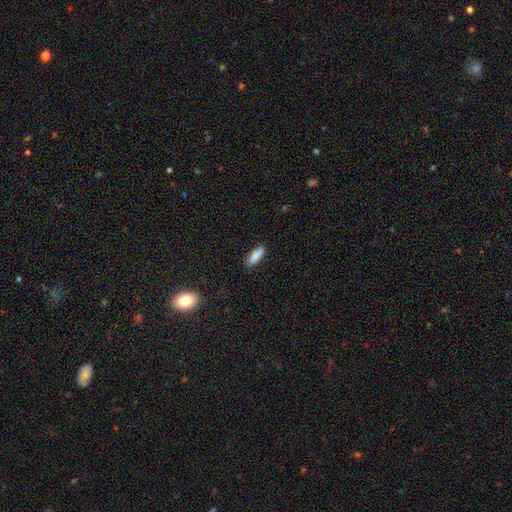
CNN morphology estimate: This is clearly a smooth galaxy (86%). How rounded: possibly cigar-shaped (50%). Merging: clearly none (87%).